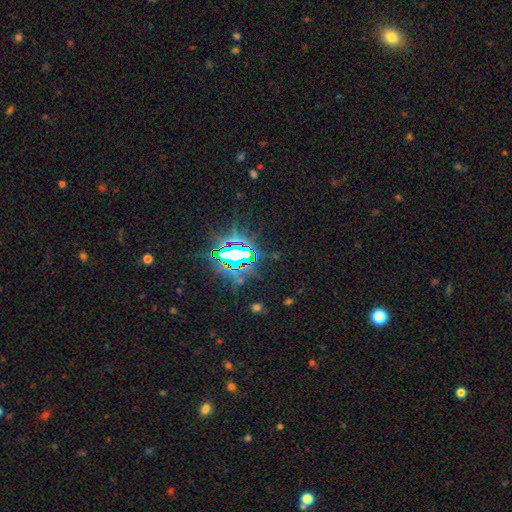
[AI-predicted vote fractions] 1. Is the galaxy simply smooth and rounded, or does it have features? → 83% star or artifact, 10% smooth, 7% featured or disk.